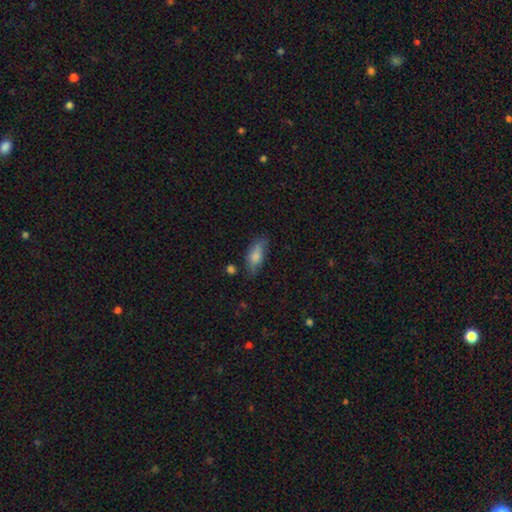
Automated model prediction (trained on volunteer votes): Smooth or featured?
  - smooth: 75% *
  - featured or disk: 18%
  - star or artifact: 8%
How rounded?
  - in between: 80% *
  - cigar-shaped: 16%
  - round: 4%
Merging?
  - none: 57% *
  - minor disturbance: 30%
  - major disturbance: 9%
  - merger: 4%